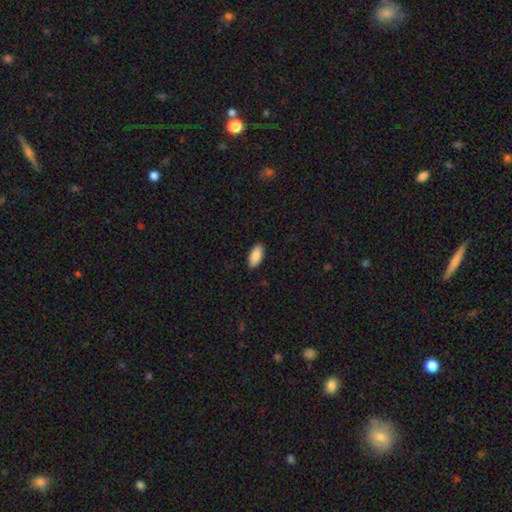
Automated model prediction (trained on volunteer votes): This is clearly a smooth galaxy (90%). How rounded: clearly in between (92%). Merging: clearly none (90%).